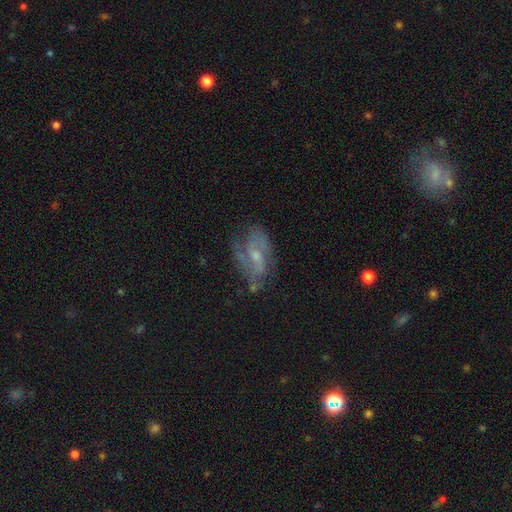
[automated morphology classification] Smooth or featured?
  - featured or disk: 80% *
  - smooth: 12%
  - star or artifact: 8%
Edge-on disk?
  - no: 96% *
  - yes: 4%
Bar?
  - weak: 47% *
  - no: 42%
  - strong: 11%
Spiral arms?
  - yes: 91% *
  - no: 9%
Spiral winding?
  - medium: 48% *
  - loose: 31%
  - tight: 21%
Spiral arm count?
  - 2: 66% *
  - can't tell: 14%
  - 3: 11%
  - 1: 4%
  - 4: 3%
  - more than 4: 2%
Bulge size?
  - small: 57% *
  - moderate: 34%
  - none: 7%
  - large: 2%
  - dominant: 1%
Merging?
  - none: 62% *
  - minor disturbance: 22%
  - major disturbance: 13%
  - merger: 3%